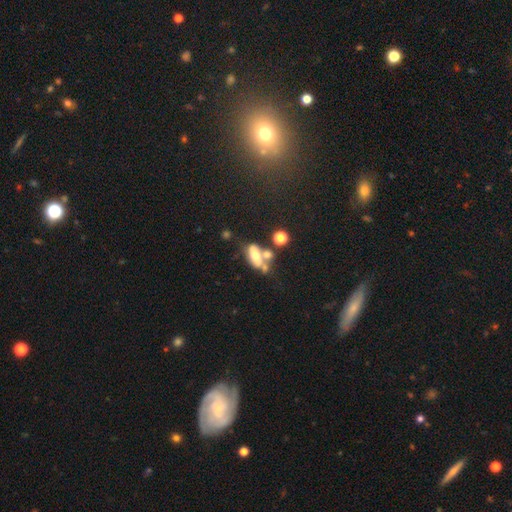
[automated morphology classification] This is possibly a smooth galaxy (49%). Merging: marginally merger (40%).